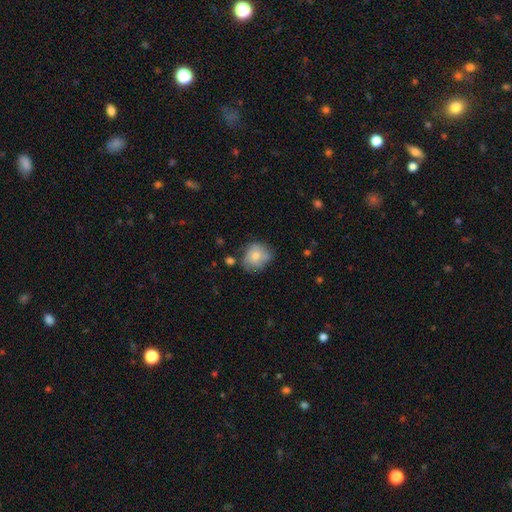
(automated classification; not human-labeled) Smooth or featured? Predicted: smooth (p=0.71). How rounded? Predicted: round (p=0.70). Merging? Predicted: none (p=0.57).